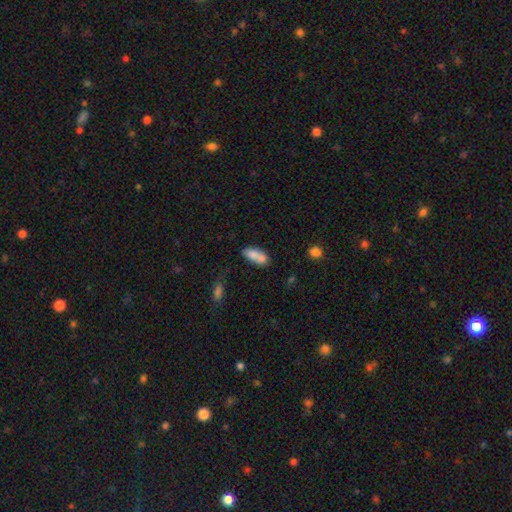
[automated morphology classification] Overall: smooth (77%). How rounded: in between (78%). Merging: none (44%; merger 33%).